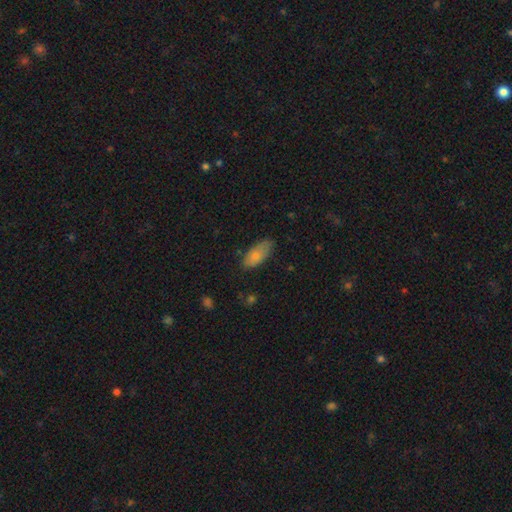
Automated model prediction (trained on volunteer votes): Overall: smooth (77%). How rounded: in between (88%). Merging: none (71%).